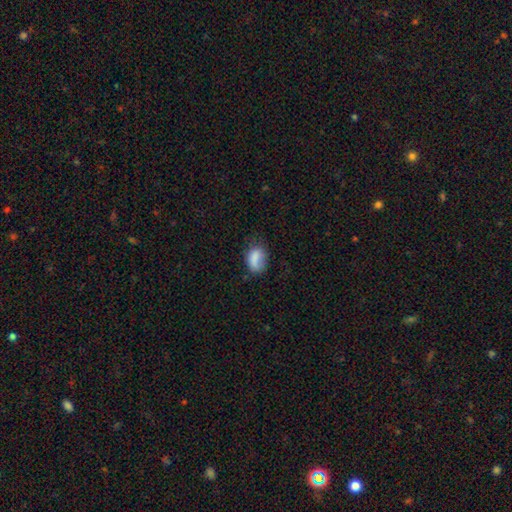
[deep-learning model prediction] This appears to be a smooth galaxy with no disk features (81%) that is in between round and cigar-shaped (83%). Merging: none (51%).